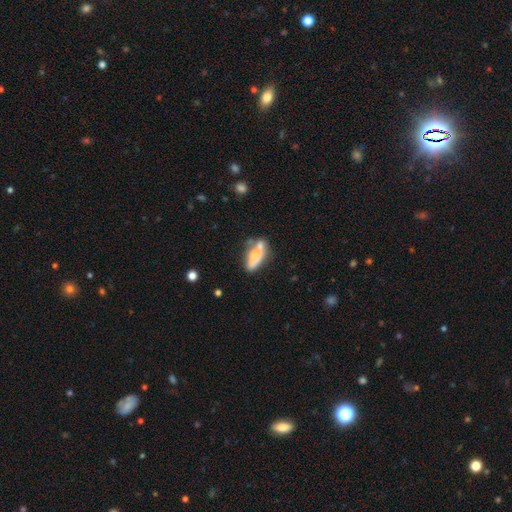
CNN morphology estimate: A smooth galaxy with no disk features (58%) that is in between round and cigar-shaped (82%). Merging: merger (38%).